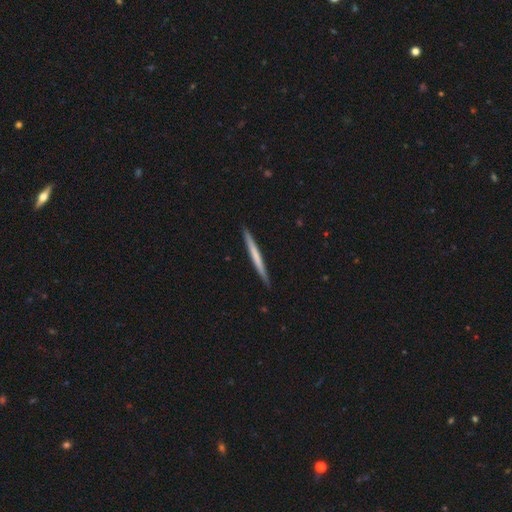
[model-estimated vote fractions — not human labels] smooth-or-featured: smooth: 54% | featured or disk: 41% | star or artifact: 5%
  how-rounded: cigar-shaped: 97% | in between: 2% | round: 1%
  merging: none: 91% | minor disturbance: 7% | major disturbance: 1% | merger: 1%